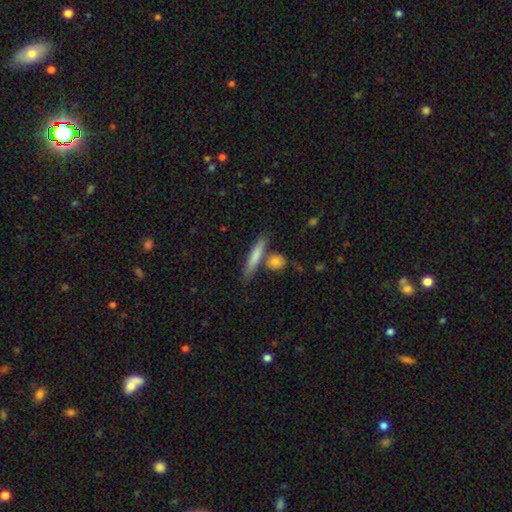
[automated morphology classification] Smooth or featured: smooth — 73% (featured or disk — 21%)
How rounded: cigar-shaped — 86% (in between — 11%)
Merging: none — 73% (merger — 13%)